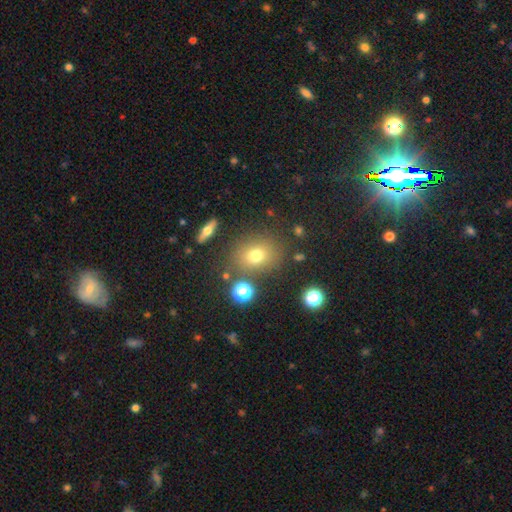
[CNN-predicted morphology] Overall: smooth (69%). How rounded: round (57%; in between 41%). Merging: none (78%).